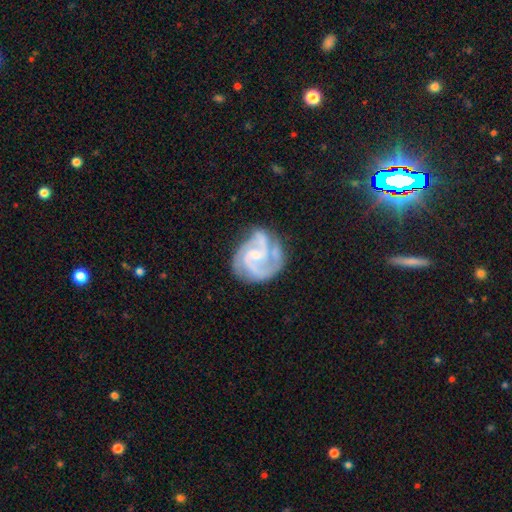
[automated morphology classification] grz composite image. It shows a featured or disk galaxy (90%) with a weak bar (48%), 2 (42%) medium (49%) spiral arms (98%) and a small central bulge (61%). Merging: none (62%).